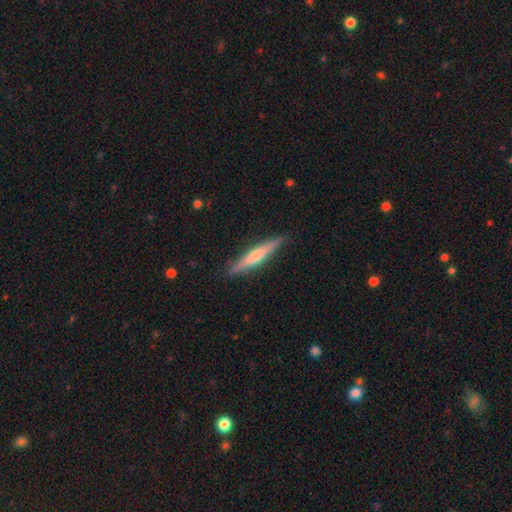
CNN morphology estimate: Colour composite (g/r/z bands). It shows a featured or disk galaxy (53%) viewed edge-on (96%) with a rounded central bulge (68%). Merging: none (90%).